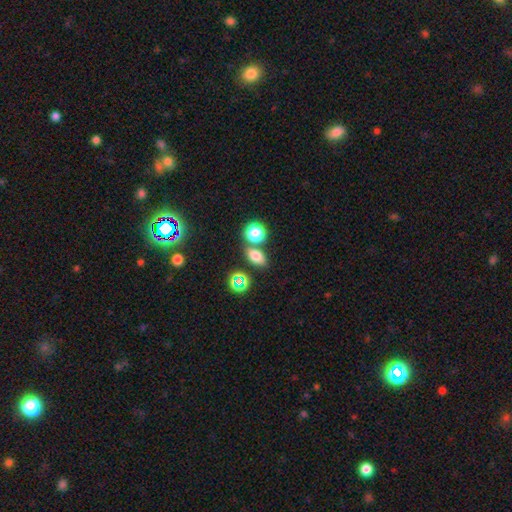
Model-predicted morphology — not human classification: Smooth or featured?
  - smooth: 69% *
  - star or artifact: 20%
  - featured or disk: 10%
How rounded?
  - in between: 75% *
  - round: 22%
  - cigar-shaped: 3%
Merging?
  - none: 70% *
  - merger: 17%
  - minor disturbance: 10%
  - major disturbance: 3%